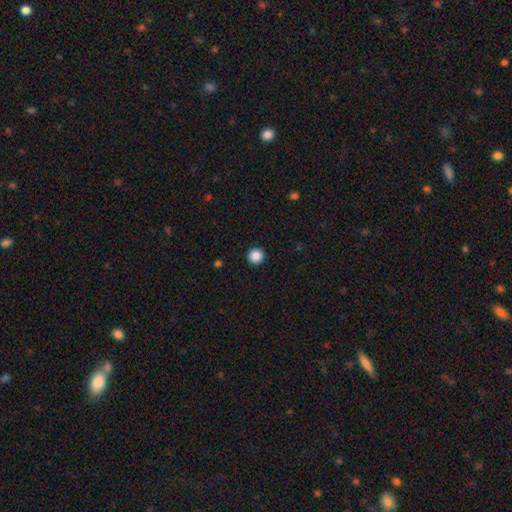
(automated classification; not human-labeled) This is clearly a smooth galaxy (87%). How rounded: clearly round (96%). Merging: clearly none (93%).